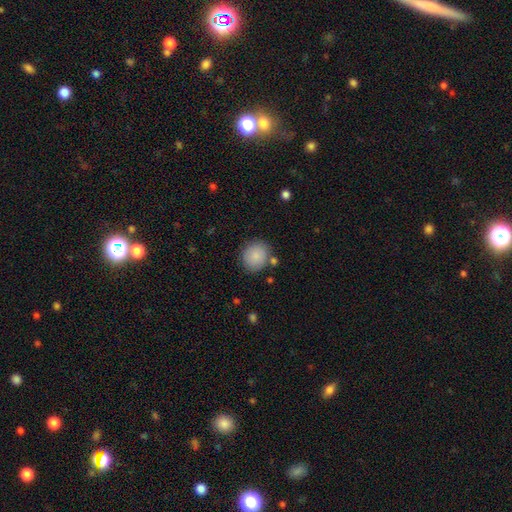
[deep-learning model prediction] smooth_or_featured: smooth (p=0.87) [alt: star or artifact p=0.08]
how_rounded: round (p=0.76) [alt: in between p=0.23]
merging: none (p=0.80) [alt: minor disturbance p=0.11]